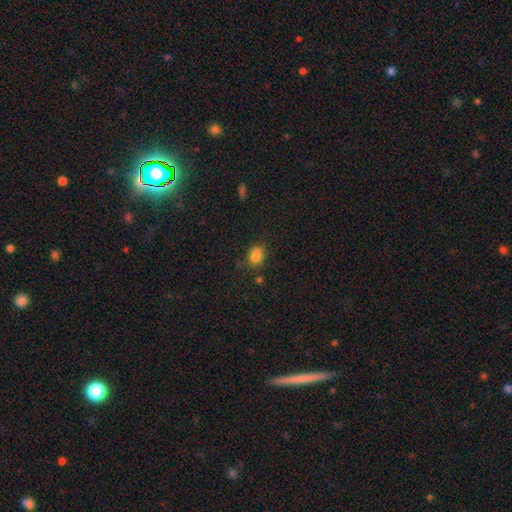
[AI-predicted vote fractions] smooth 83%, star or artifact 12%, featured or disk 5%. Down the decision tree: how rounded — in between (70%); merging — none (67%).